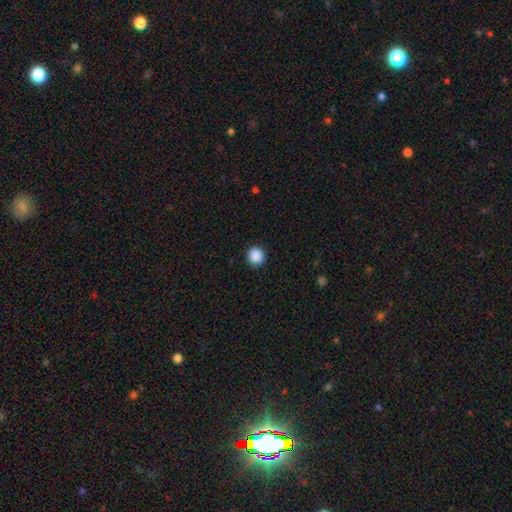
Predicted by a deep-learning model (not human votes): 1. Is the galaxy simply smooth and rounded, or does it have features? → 89% smooth, 9% star or artifact, 2% featured or disk.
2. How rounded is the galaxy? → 88% round, 11% in between, 1% cigar-shaped.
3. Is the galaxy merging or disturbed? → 92% none, 6% minor disturbance, 2% major disturbance, 1% merger.